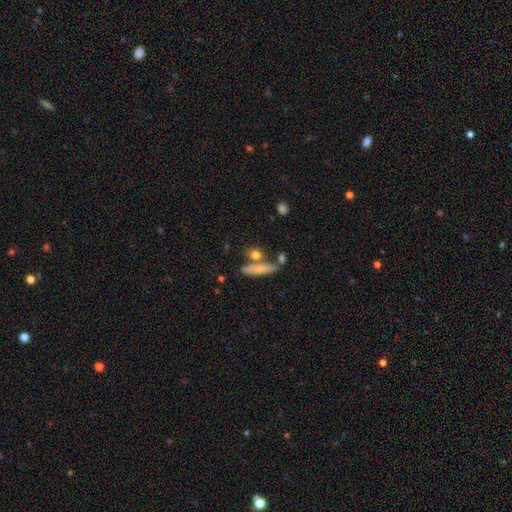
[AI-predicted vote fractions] smooth 69%, featured or disk 22%, star or artifact 9%. Down the decision tree: how rounded — cigar-shaped (47%); merging — none (62%).